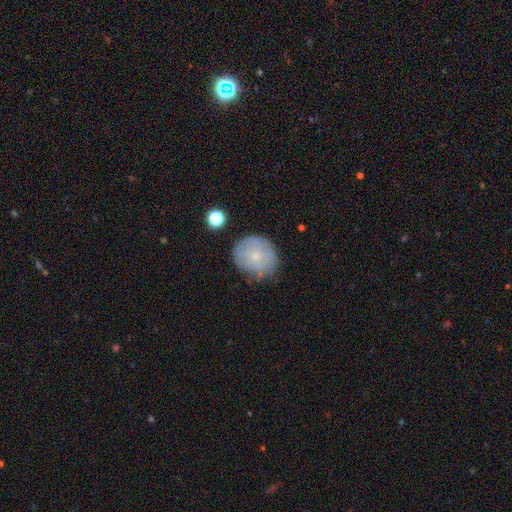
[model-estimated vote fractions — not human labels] Morphology: type=smooth (57%); roundness=round (82%); merging=none (70%).